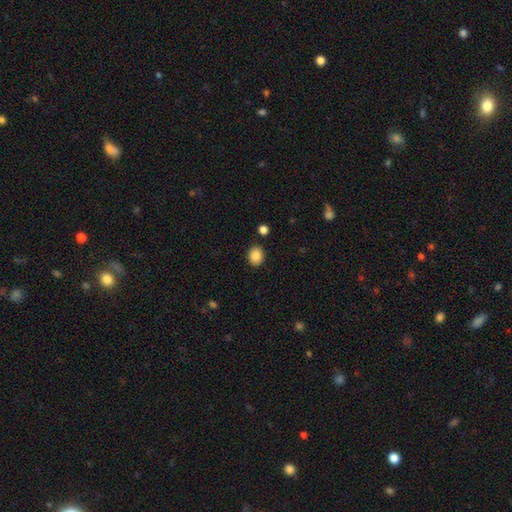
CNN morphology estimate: The model was most divided on "how rounded": round: 58%, in between: 41%, cigar-shaped: 1%. More confident: smooth or featured — smooth (87%); merging — none (87%).